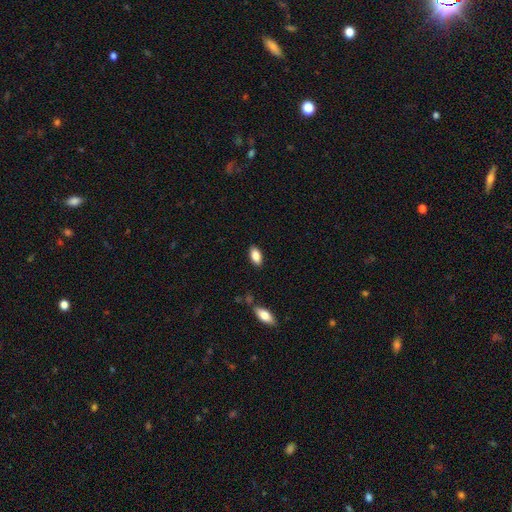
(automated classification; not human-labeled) This appears to be a smooth galaxy with no disk features (87%) that is in between round and cigar-shaped (91%). Merging: none (87%).